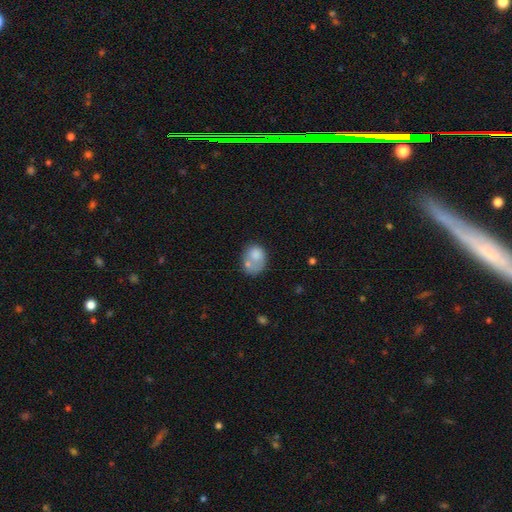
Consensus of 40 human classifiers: Smooth or featured? 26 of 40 (65%) said smooth. How rounded? 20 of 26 (77%) said in between. Merging? 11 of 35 (31%) said none.